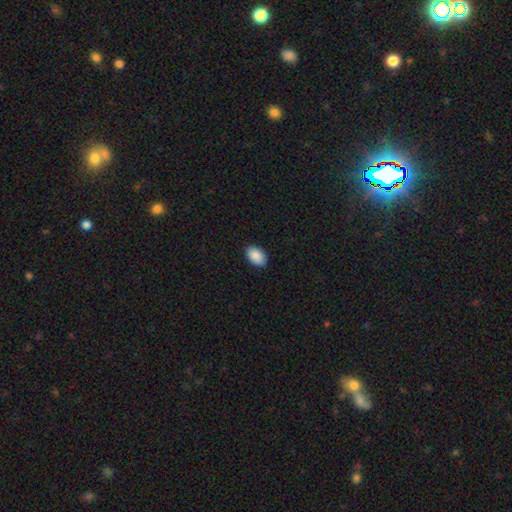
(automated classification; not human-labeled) smooth-or-featured: smooth: 90% | star or artifact: 6% | featured or disk: 4%
  how-rounded: in between: 92% | round: 7% | cigar-shaped: 1%
  merging: none: 89% | minor disturbance: 9% | major disturbance: 2% | merger: 1%